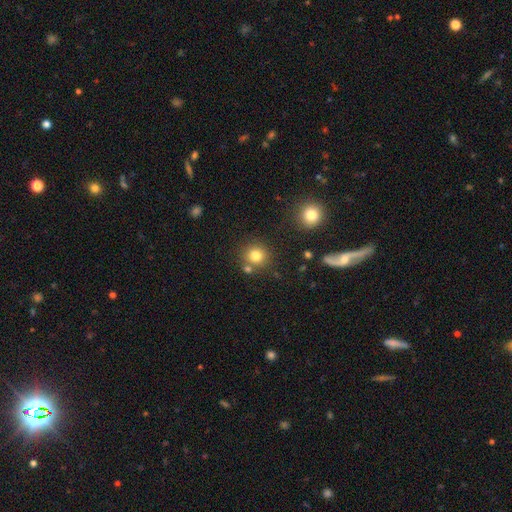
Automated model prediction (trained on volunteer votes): smooth 80%, star or artifact 13%, featured or disk 7%. Down the decision tree: how rounded — round (90%); merging — none (76%).